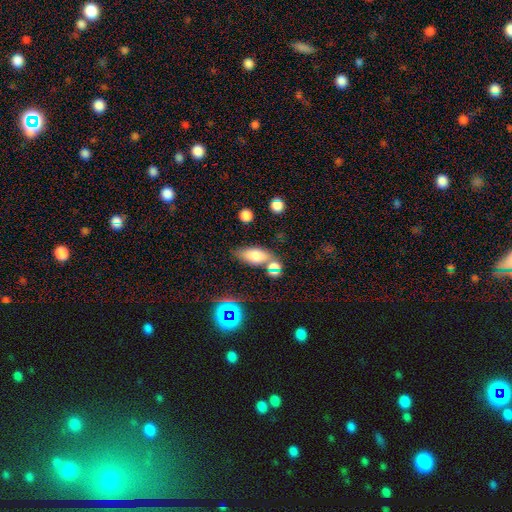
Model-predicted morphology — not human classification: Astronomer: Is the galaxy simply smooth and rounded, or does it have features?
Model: smooth — 73%.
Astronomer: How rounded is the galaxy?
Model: in between — 83%.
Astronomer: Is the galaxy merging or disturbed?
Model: none — 64%.